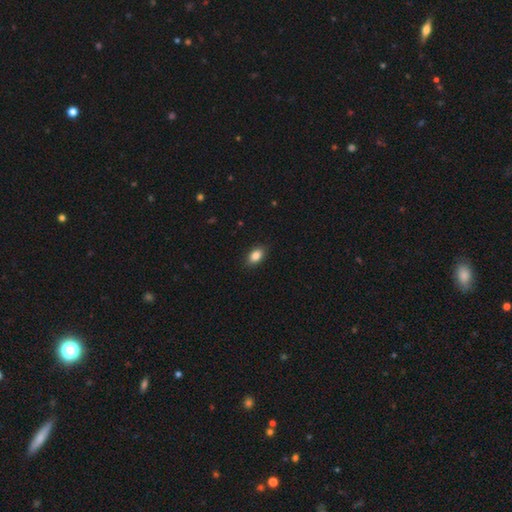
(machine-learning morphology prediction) smooth 86%, star or artifact 8%, featured or disk 5%. Down the decision tree: how rounded — in between (86%); merging — none (88%).